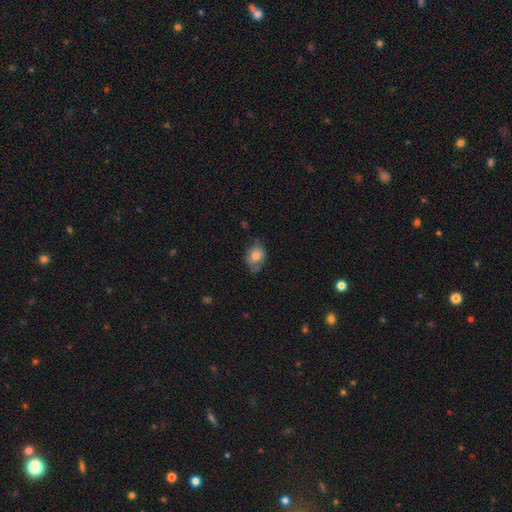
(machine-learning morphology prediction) smooth 70%, featured or disk 22%, star or artifact 8%. Down the decision tree: how rounded — in between (63%); merging — none (54%).